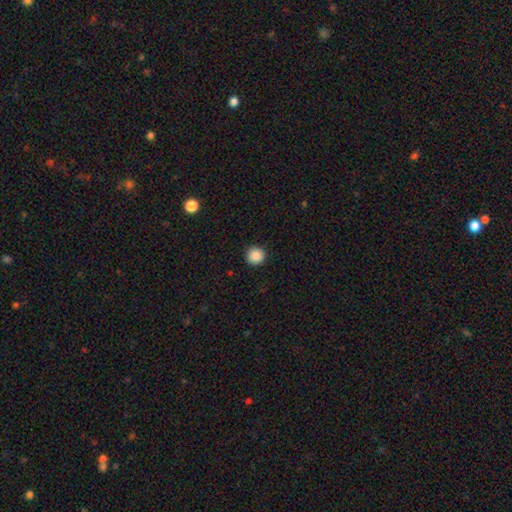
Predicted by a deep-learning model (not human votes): smooth_or_featured: smooth (p=0.88) [alt: star or artifact p=0.09]
how_rounded: round (p=0.96) [alt: in between p=0.04]
merging: none (p=0.92) [alt: minor disturbance p=0.05]